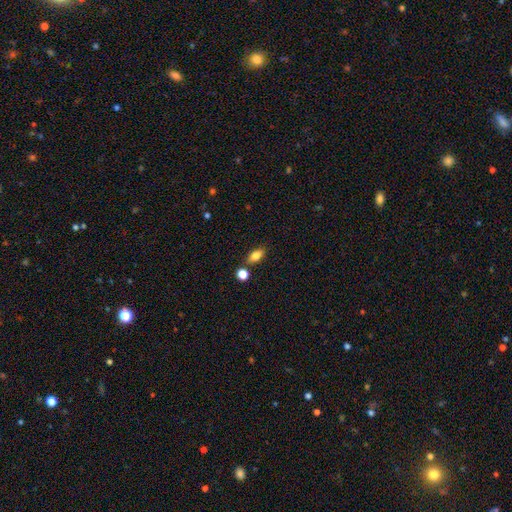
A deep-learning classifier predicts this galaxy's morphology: A smooth galaxy with no disk features (81%) that is in between round and cigar-shaped (84%).

Vote fractions:
- Smooth or featured? smooth: 81% / star or artifact: 10% / featured or disk: 9%
- How rounded? in between: 84% / round: 10% / cigar-shaped: 6%
- Merging? none: 78% / minor disturbance: 11% / merger: 8% / major disturbance: 3%